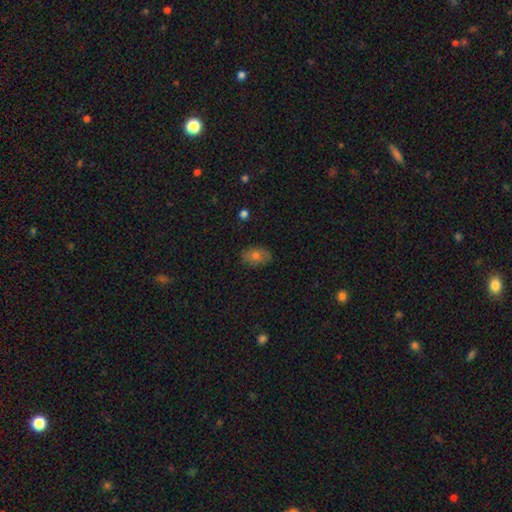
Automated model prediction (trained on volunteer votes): smooth_or_featured: smooth (p=0.70) [alt: featured or disk p=0.18]
how_rounded: in between (p=0.84) [alt: round p=0.14]
merging: none (p=0.83) [alt: minor disturbance p=0.13]